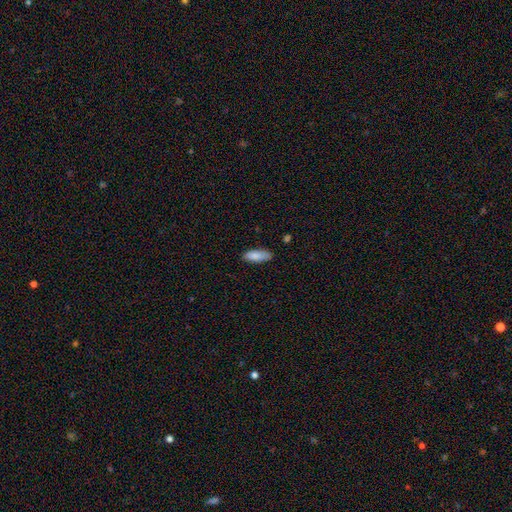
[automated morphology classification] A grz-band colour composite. It shows a smooth galaxy with no disk features (87%) that is in between round and cigar-shaped (64%). Merging: none (80%).